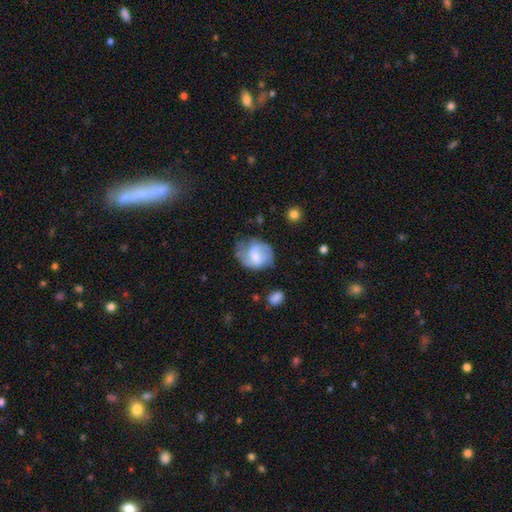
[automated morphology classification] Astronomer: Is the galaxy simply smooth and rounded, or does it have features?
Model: featured or disk — 47% (runner-up: smooth, 46%).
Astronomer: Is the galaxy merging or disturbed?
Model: none — 47% (runner-up: minor disturbance, 31%).